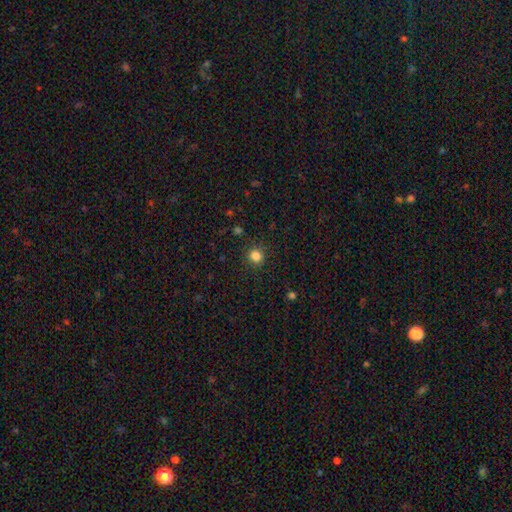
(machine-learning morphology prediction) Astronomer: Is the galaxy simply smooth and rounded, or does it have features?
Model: smooth — 83%.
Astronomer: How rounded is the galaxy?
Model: round — 90%.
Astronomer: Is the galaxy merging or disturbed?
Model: none — 89%.